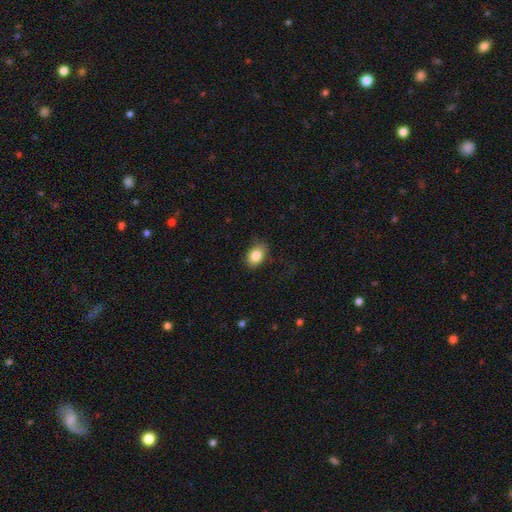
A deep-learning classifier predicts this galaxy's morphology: smooth 85%, star or artifact 8%, featured or disk 7%. Down the decision tree: how rounded — in between (76%); merging — none (81%).